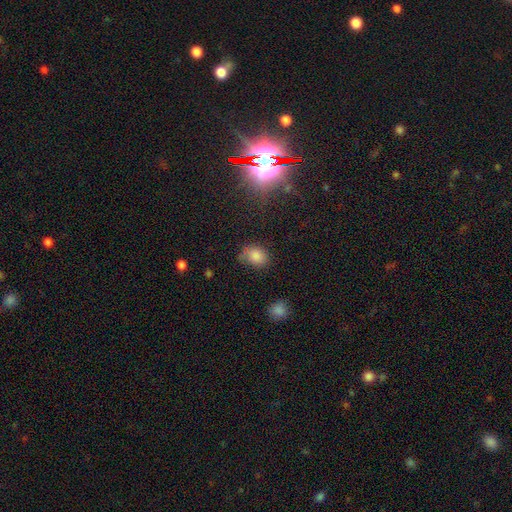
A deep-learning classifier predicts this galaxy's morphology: type=smooth (81%); roundness=in between (56%); merging=none (58%).